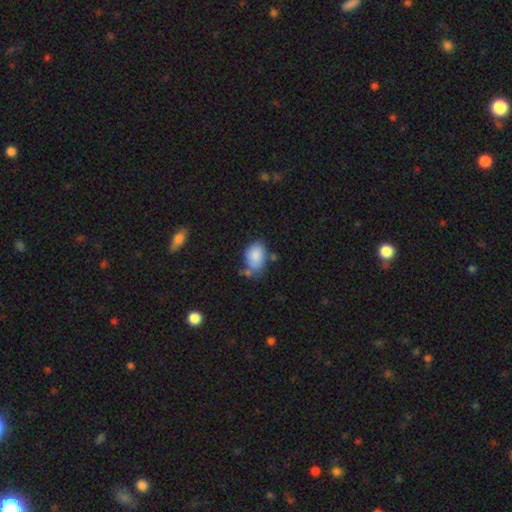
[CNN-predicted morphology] Smooth or featured? smooth (86%)
How rounded? in between (86%)
Merging? none (58%)